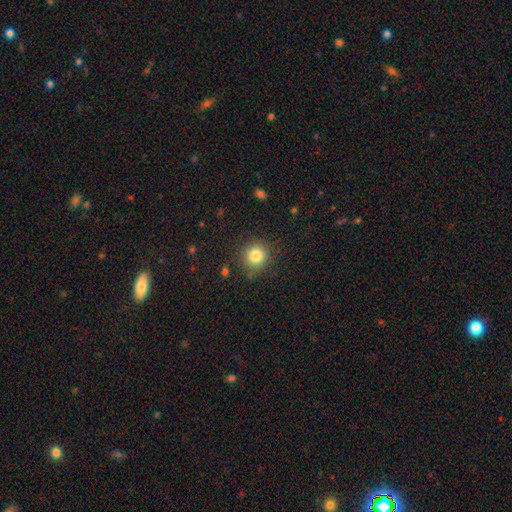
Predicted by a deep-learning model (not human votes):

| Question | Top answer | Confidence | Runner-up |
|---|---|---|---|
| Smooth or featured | smooth | 83% | star or artifact (11%) |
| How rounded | round | 91% | in between (8%) |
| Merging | none | 86% | minor disturbance (9%) |